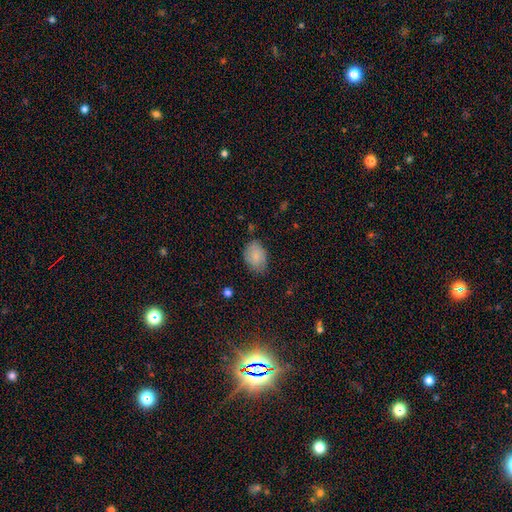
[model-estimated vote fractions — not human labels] Q: Smooth or featured?
A: smooth (81%); runner-up: featured or disk (11%)
Q: How rounded?
A: in between (72%); runner-up: round (27%)
Q: Merging?
A: none (73%); runner-up: minor disturbance (22%)